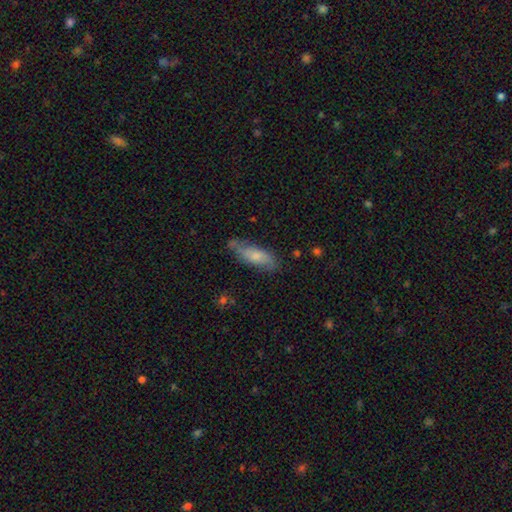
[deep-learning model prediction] smooth_or_featured: smooth (p=0.63) [alt: featured or disk p=0.30]
how_rounded: in between (p=0.64) [alt: cigar-shaped p=0.34]
merging: none (p=0.61) [alt: minor disturbance p=0.27]